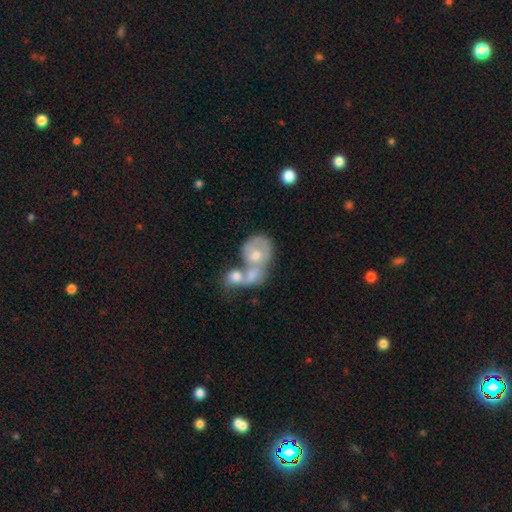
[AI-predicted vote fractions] Morphology: type=featured or disk (55%); edge-on=no (96%); bar=no (79%); spiral arms=no (54%); bulge=moderate (65%); merging=merger (69%).